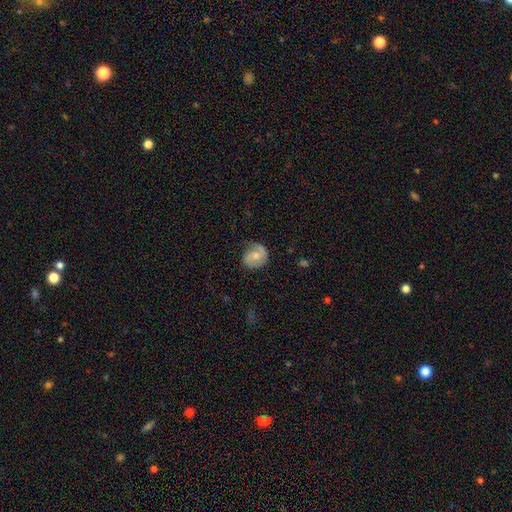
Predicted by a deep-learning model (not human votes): Smooth or featured? Predicted: featured or disk (p=0.62). Edge-on disk? Predicted: no (p=0.98). Bar? Predicted: no (p=0.55). Spiral arms? Predicted: yes (p=0.89). Spiral winding? Predicted: medium (p=0.42). Spiral arm count? Predicted: 2 (p=0.57). Bulge size? Predicted: moderate (p=0.58). Merging? Predicted: none (p=0.61).